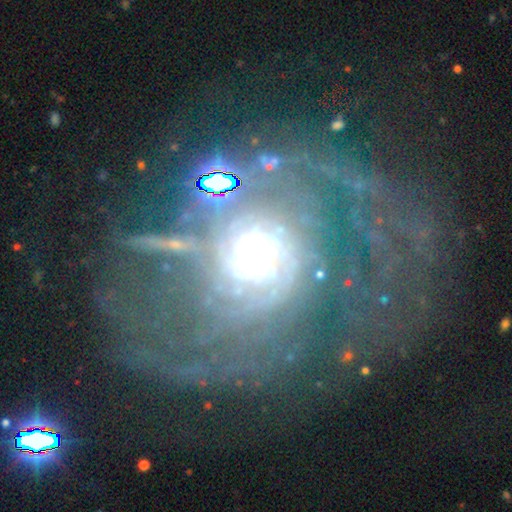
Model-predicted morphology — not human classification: Overall: featured or disk (85%). Edge-on disk: no (96%). Bar: no (74%). Spiral arms: yes (89%). Spiral arm count: can't tell (35%; 2 26%). Spiral winding: tight (47%; medium 34%). Bulge size: moderate (52%; small 34%). Merging: none (43%; major disturbance 35%).